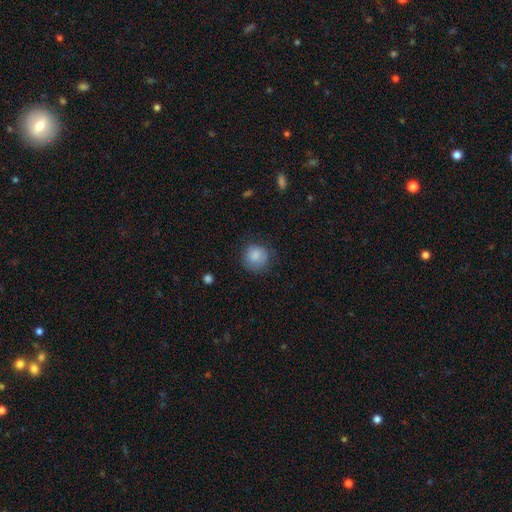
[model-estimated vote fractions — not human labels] Smooth or featured? smooth (85%)
How rounded? round (89%)
Merging? none (74%)